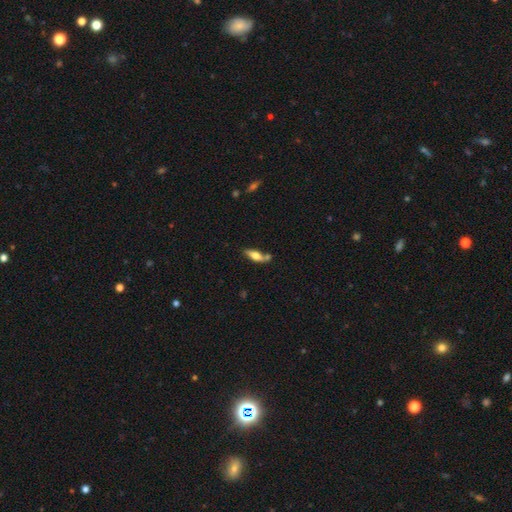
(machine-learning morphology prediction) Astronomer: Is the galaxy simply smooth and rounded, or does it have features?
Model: smooth — 59%.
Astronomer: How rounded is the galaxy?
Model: in between — 57% (runner-up: cigar-shaped, 40%).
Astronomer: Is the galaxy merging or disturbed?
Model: none — 56%.